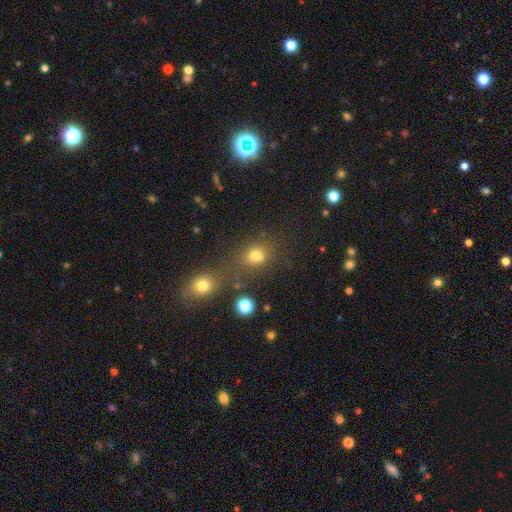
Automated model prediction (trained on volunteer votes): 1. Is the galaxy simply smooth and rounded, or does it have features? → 71% smooth, 20% star or artifact, 9% featured or disk.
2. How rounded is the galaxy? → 64% round, 35% in between, 2% cigar-shaped.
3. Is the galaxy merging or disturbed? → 54% none, 28% merger, 12% minor disturbance, 7% major disturbance.